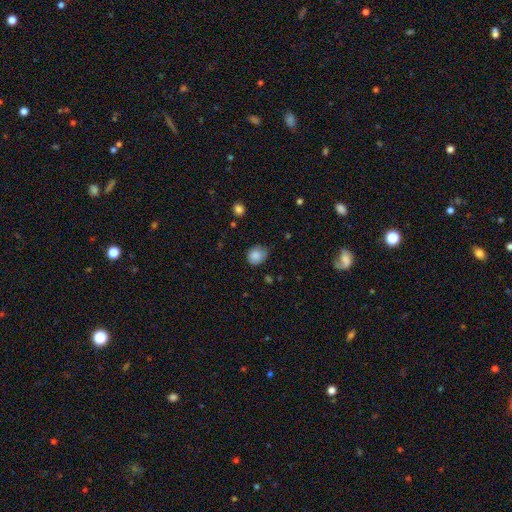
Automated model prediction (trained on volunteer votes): A smooth galaxy with no disk features (85%) that is round (67%). Merging: none (65%).